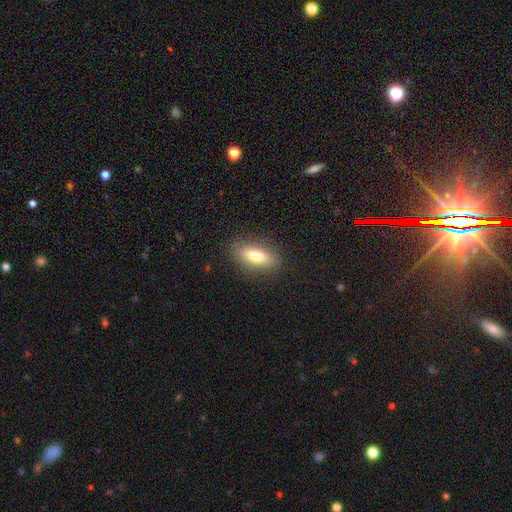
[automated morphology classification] This is likely a smooth galaxy (76%). How rounded: likely in between (76%). Merging: clearly none (87%).